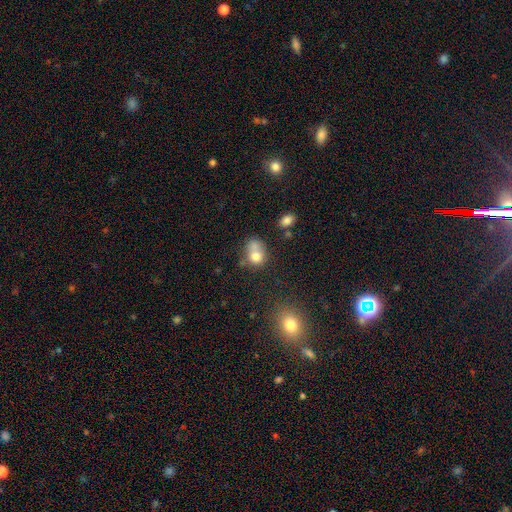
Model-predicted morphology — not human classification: smooth_or_featured: smooth (p=0.74) [alt: featured or disk p=0.16]
how_rounded: round (p=0.56) [alt: in between p=0.43]
merging: merger (p=0.49) [alt: none p=0.28]